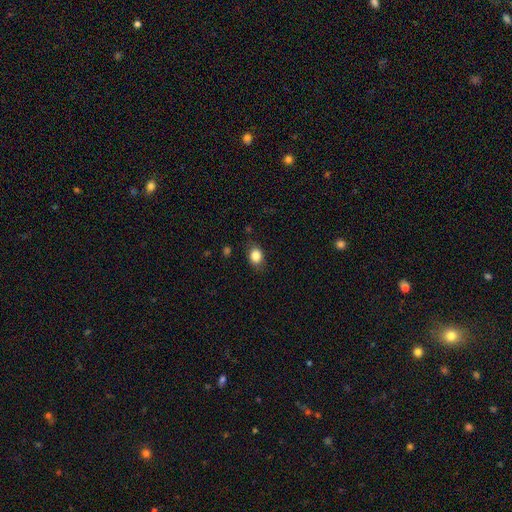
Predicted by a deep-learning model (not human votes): Smooth or featured? smooth (85%)
How rounded? in between (58%)
Merging? none (81%)